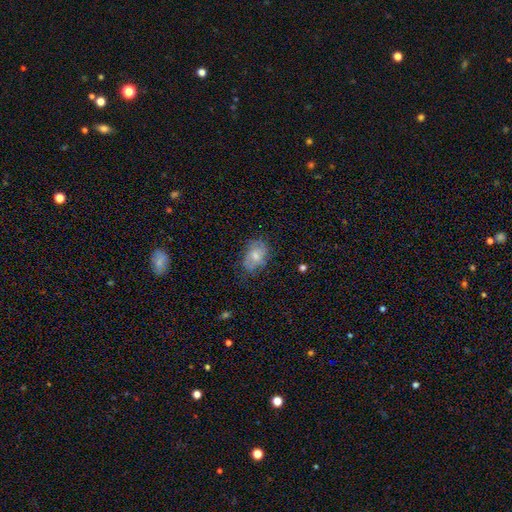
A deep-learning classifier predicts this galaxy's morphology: smooth_or_featured: smooth (p=0.60) [alt: featured or disk p=0.32]
how_rounded: in between (p=0.79) [alt: round p=0.20]
merging: none (p=0.62) [alt: minor disturbance p=0.26]